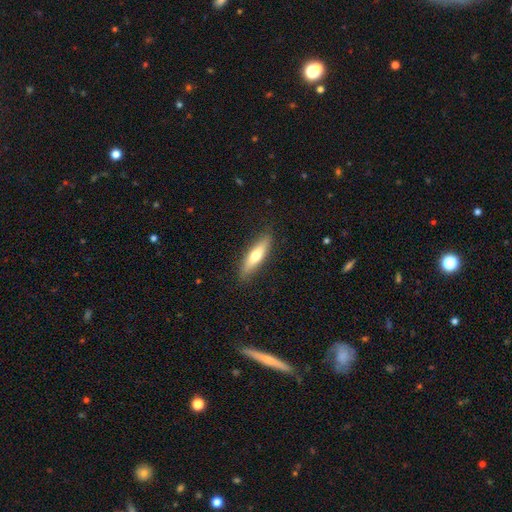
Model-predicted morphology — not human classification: A smooth galaxy with no disk features (62%) that is cigar-shaped (71%).

Vote fractions:
- Smooth or featured? smooth: 62% / featured or disk: 32% / star or artifact: 6%
- How rounded? cigar-shaped: 71% / in between: 27% / round: 2%
- Merging? none: 88% / minor disturbance: 9% / major disturbance: 2% / merger: 1%